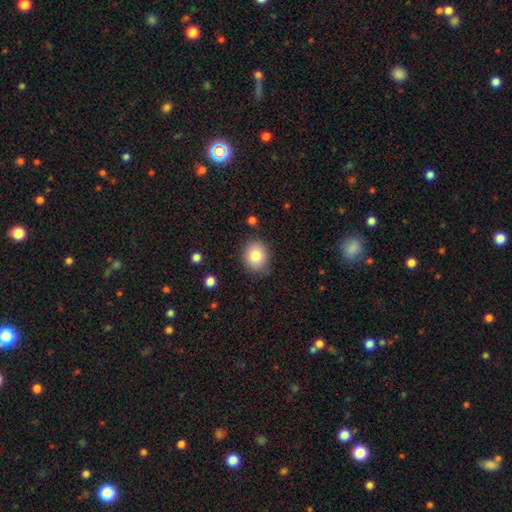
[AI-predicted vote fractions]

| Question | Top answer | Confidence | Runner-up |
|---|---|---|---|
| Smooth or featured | smooth | 82% | star or artifact (9%) |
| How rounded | round | 72% | in between (27%) |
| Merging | none | 85% | minor disturbance (11%) |